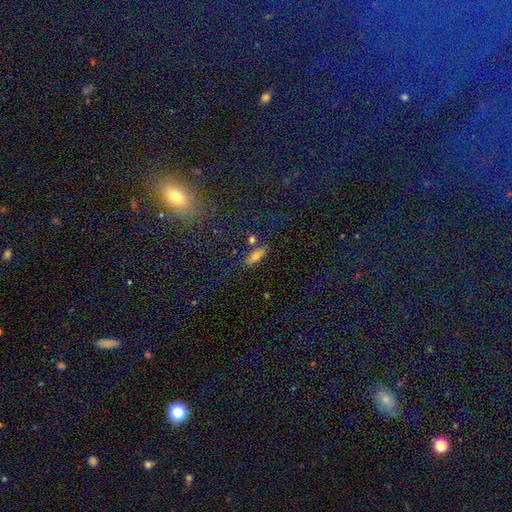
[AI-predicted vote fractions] Smooth or featured?
  - smooth: 66% *
  - featured or disk: 21%
  - star or artifact: 13%
How rounded?
  - in between: 50% *
  - cigar-shaped: 45%
  - round: 5%
Merging?
  - none: 79% *
  - minor disturbance: 12%
  - merger: 5%
  - major disturbance: 4%